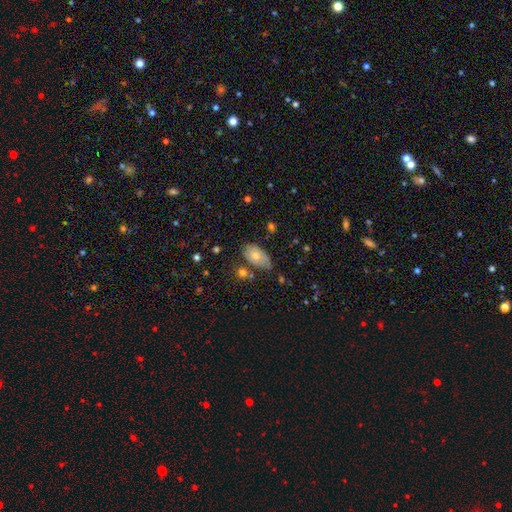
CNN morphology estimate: The model was most divided on "smooth or featured": smooth: 58%, featured or disk: 30%, star or artifact: 11%. More confident: how rounded — in between (90%); merging — none (60%).